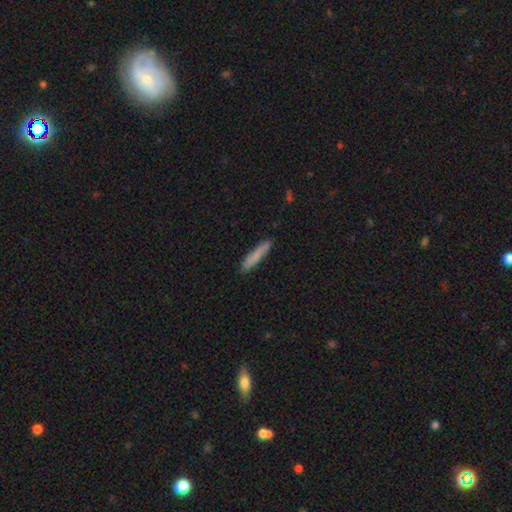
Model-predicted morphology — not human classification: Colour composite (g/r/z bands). It shows a smooth galaxy with no disk features (78%) that is cigar-shaped (91%). Merging: none (86%).